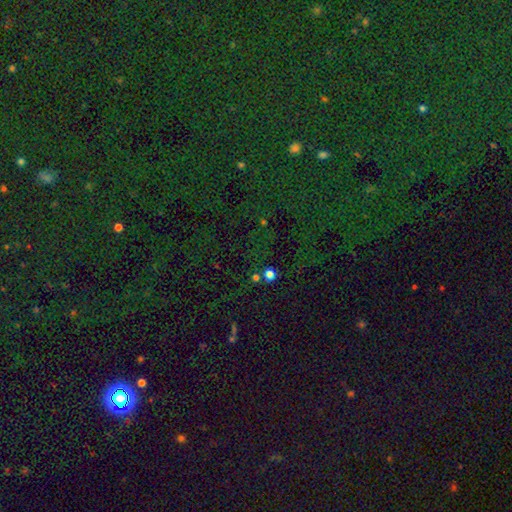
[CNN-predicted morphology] A star or artifact, not a galaxy (81%).

Vote fractions:
- Smooth or featured? star or artifact: 81% / smooth: 12% / featured or disk: 7%